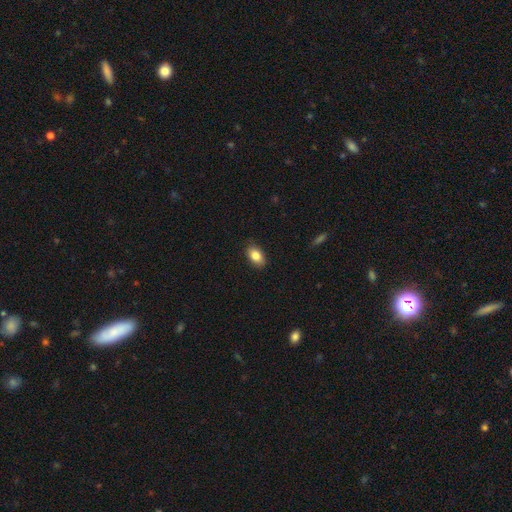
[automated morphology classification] smooth_or_featured: smooth (p=0.85) [alt: star or artifact p=0.07]
how_rounded: in between (p=0.90) [alt: round p=0.09]
merging: none (p=0.86) [alt: minor disturbance p=0.11]